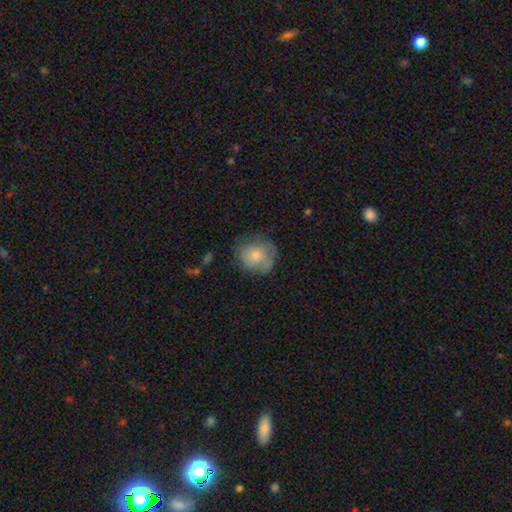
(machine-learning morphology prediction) A smooth galaxy with no disk features (70%) that is round (79%).

Vote fractions:
- Smooth or featured? smooth: 70% / featured or disk: 22% / star or artifact: 8%
- How rounded? round: 79% / in between: 20% / cigar-shaped: 1%
- Merging? none: 61% / minor disturbance: 26% / major disturbance: 11% / merger: 2%